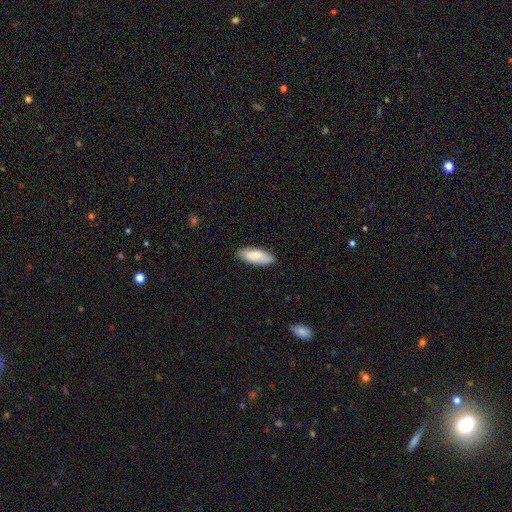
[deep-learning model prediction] Overall: smooth (80%). How rounded: in between (73%). Merging: none (85%).